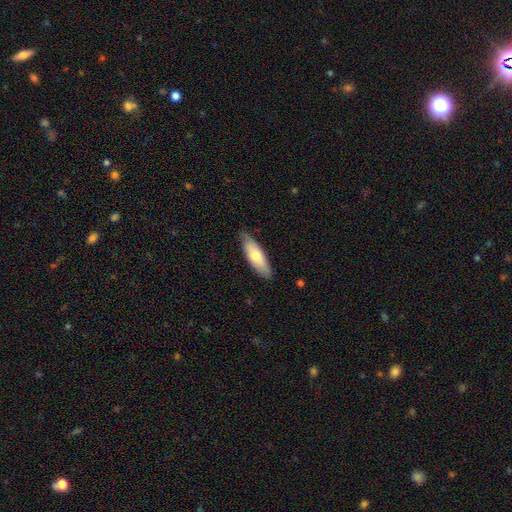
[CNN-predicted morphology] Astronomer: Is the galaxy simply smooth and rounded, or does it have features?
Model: smooth — 68%.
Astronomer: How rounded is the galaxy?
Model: in between — 59% (runner-up: cigar-shaped, 39%).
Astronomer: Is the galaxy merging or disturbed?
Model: none — 79%.